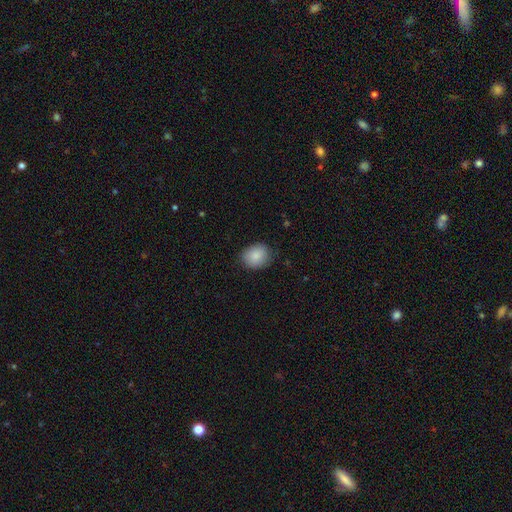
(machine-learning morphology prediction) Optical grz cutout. It shows a smooth galaxy with no disk features (88%) that is round (55%). Merging: none (82%).